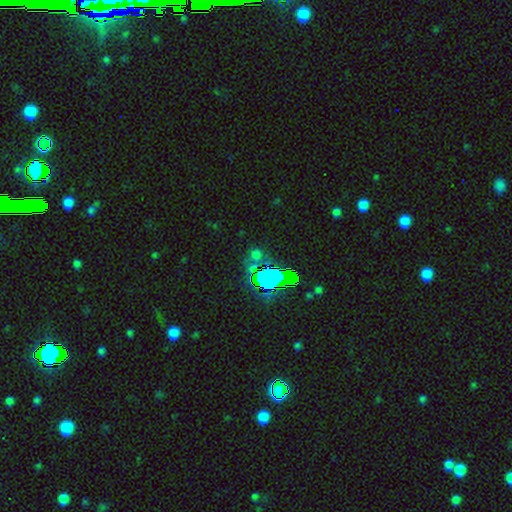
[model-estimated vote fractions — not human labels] This appears to be a star or artifact, not a galaxy (55%).